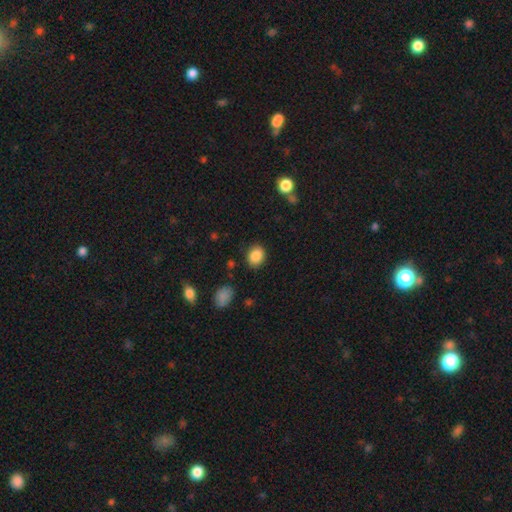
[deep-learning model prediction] smooth-or-featured: smooth: 87% | star or artifact: 9% | featured or disk: 4%
  how-rounded: in between: 52% | round: 47% | cigar-shaped: 1%
  merging: none: 85% | minor disturbance: 10% | major disturbance: 3% | merger: 2%